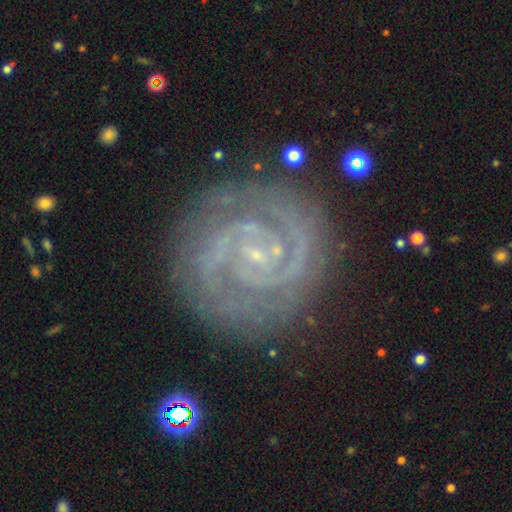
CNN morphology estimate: featured or disk 90%, star or artifact 6%, smooth 4%. Down the decision tree: edge-on disk — no (98%); bar — no (47%); spiral arms — yes (98%); spiral arm count — 2 (66%); spiral winding — tight (73%); bulge size — small (81%); merging — none (79%).